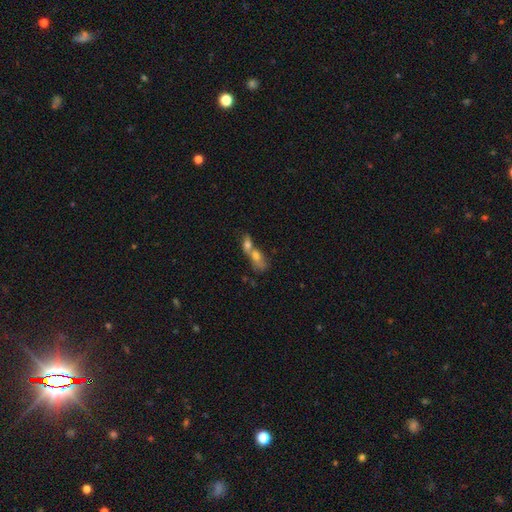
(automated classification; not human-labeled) smooth 60%, featured or disk 27%, star or artifact 13%. Down the decision tree: how rounded — in between (63%); merging — merger (76%).